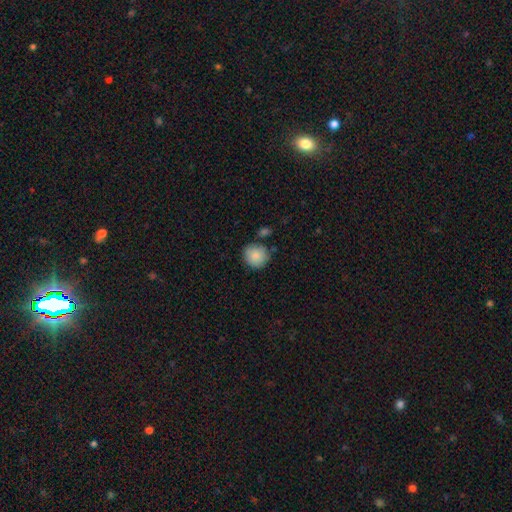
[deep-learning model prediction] A smooth galaxy with no disk features (88%) that is round (86%). Merging: none (75%).